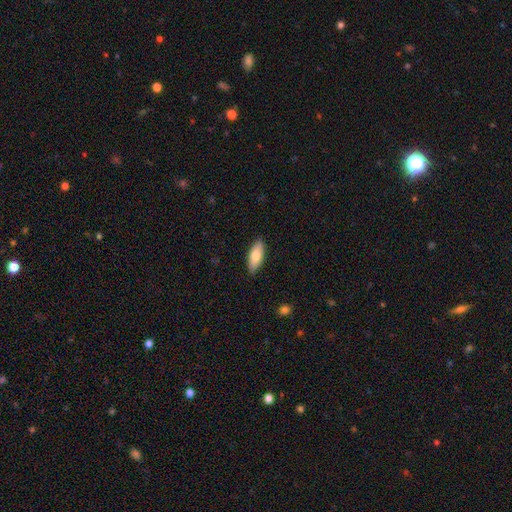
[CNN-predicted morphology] A smooth galaxy with no disk features (75%) that is in between round and cigar-shaped (77%). Merging: none (88%).